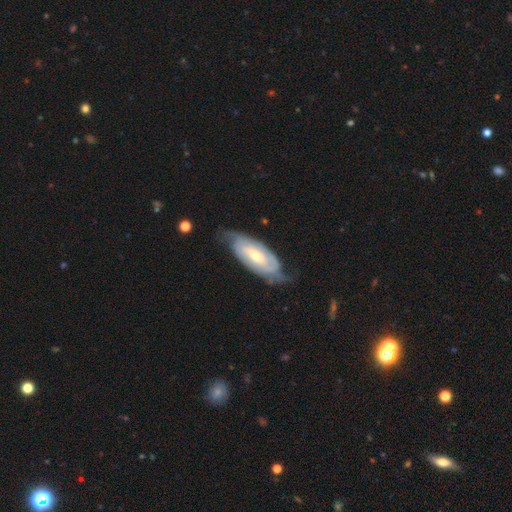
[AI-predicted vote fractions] A featured or disk galaxy (76%) with no bar (44%), 2 (53%) tight (63%) spiral arms (91%) and a moderate central bulge (50%). Merging: none (66%).